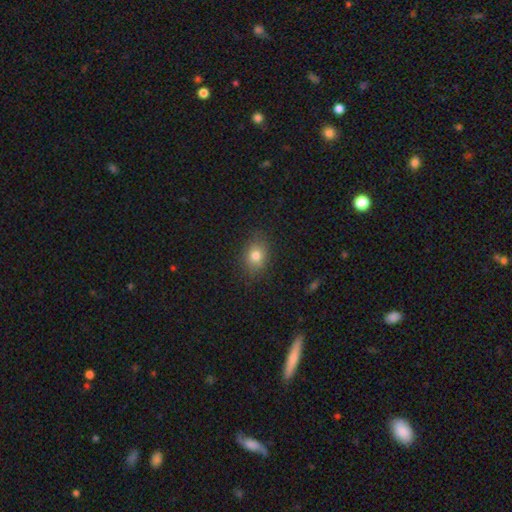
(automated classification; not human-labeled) Smooth or featured: smooth — 79% (star or artifact — 11%)
How rounded: in between — 61% (round — 37%)
Merging: none — 82% (minor disturbance — 13%)